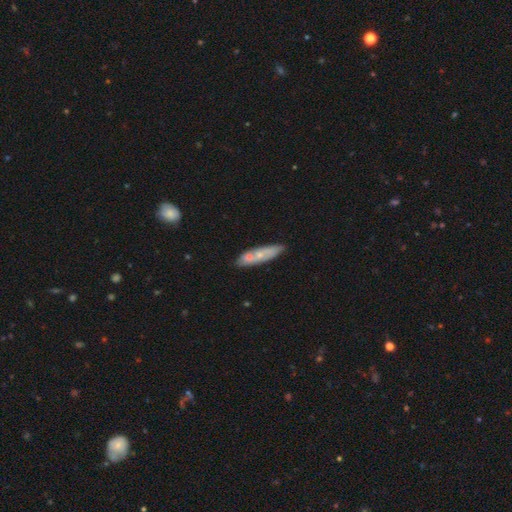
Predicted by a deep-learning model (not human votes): A smooth galaxy with no disk features (48%).

Vote fractions:
- Smooth or featured? smooth: 48% / featured or disk: 43% / star or artifact: 9%
- Merging? none: 71% / minor disturbance: 14% / merger: 11% / major disturbance: 4%